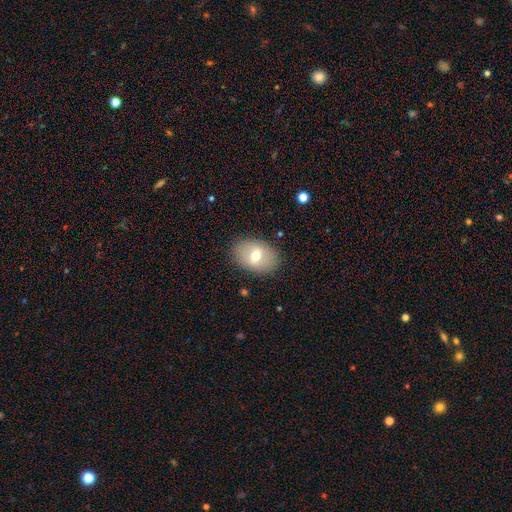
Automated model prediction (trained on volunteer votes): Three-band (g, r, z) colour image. It shows a smooth galaxy with no disk features (63%) that is in between round and cigar-shaped (77%). Merging: none (87%).